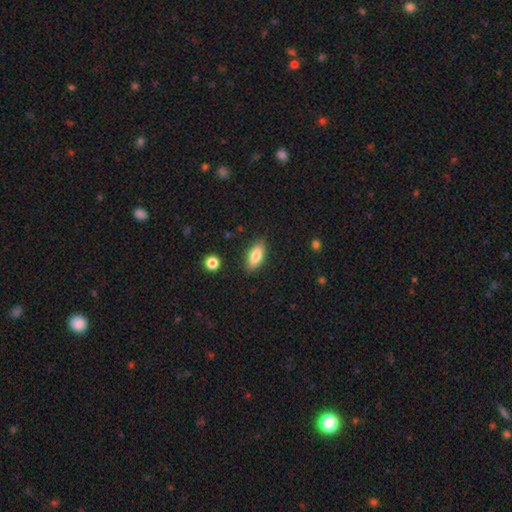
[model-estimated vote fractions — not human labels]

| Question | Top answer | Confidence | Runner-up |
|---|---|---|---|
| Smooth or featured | smooth | 81% | featured or disk (12%) |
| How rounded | in between | 82% | cigar-shaped (15%) |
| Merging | none | 87% | minor disturbance (9%) |